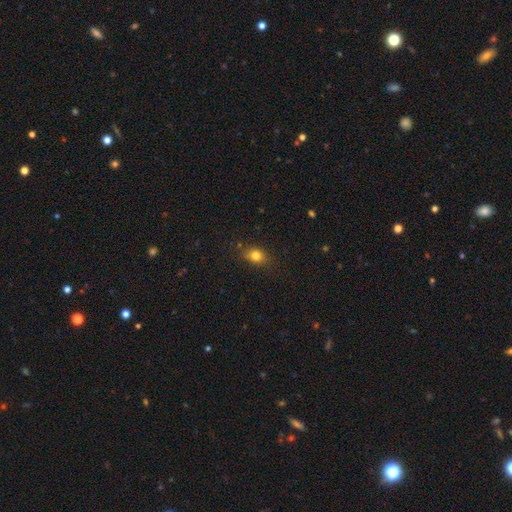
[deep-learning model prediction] smooth-or-featured: smooth: 78% | star or artifact: 13% | featured or disk: 9%
  how-rounded: in between: 52% | round: 46% | cigar-shaped: 2%
  merging: none: 80% | minor disturbance: 15% | major disturbance: 4% | merger: 1%